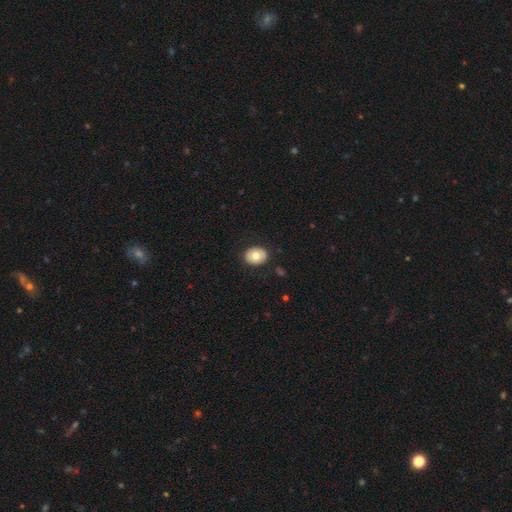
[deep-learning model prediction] A smooth galaxy with no disk features (70%) that is in between round and cigar-shaped (55%).

Vote fractions:
- Smooth or featured? smooth: 70% / featured or disk: 23% / star or artifact: 7%
- How rounded? in between: 55% / round: 44% / cigar-shaped: 1%
- Merging? none: 87% / minor disturbance: 10% / major disturbance: 3% / merger: 1%